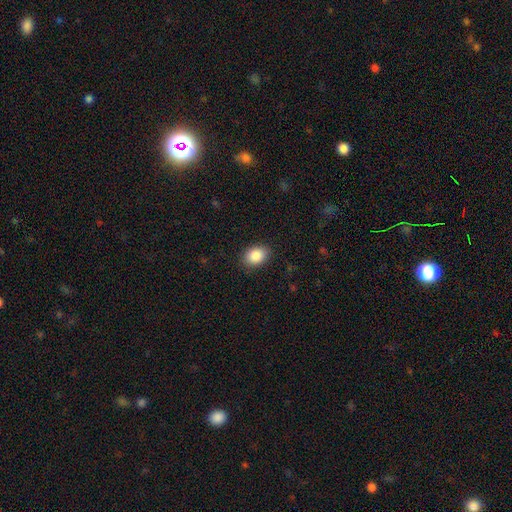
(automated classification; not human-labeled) Overall: smooth (87%). How rounded: in between (76%). Merging: none (87%).